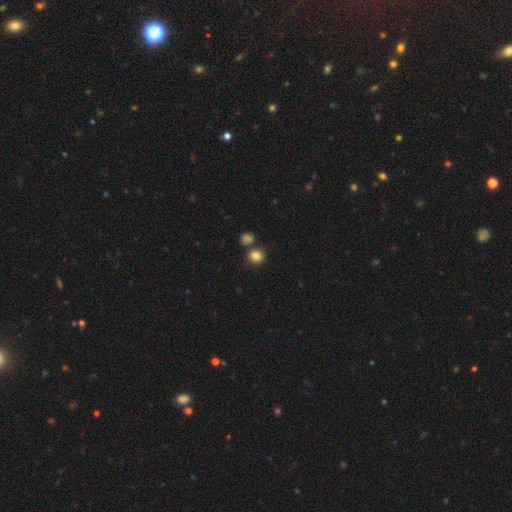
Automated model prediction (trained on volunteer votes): This appears to be a smooth galaxy with no disk features (84%) that is round (82%). Merging: none (74%).